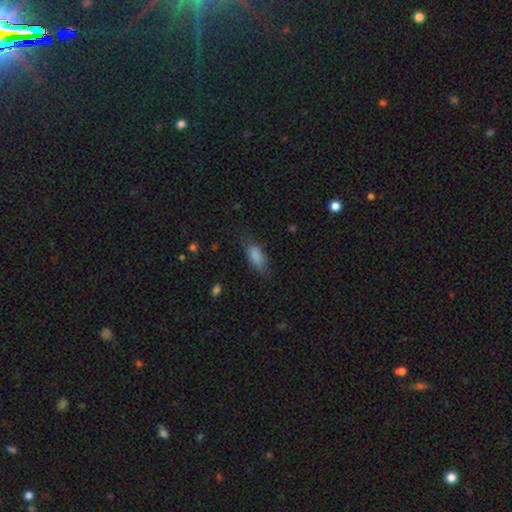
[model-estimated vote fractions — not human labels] A smooth galaxy with no disk features (86%) that is in between round and cigar-shaped (85%).

Vote fractions:
- Smooth or featured? smooth: 86% / star or artifact: 8% / featured or disk: 6%
- How rounded? in between: 85% / cigar-shaped: 12% / round: 3%
- Merging? none: 73% / minor disturbance: 20% / major disturbance: 6% / merger: 1%